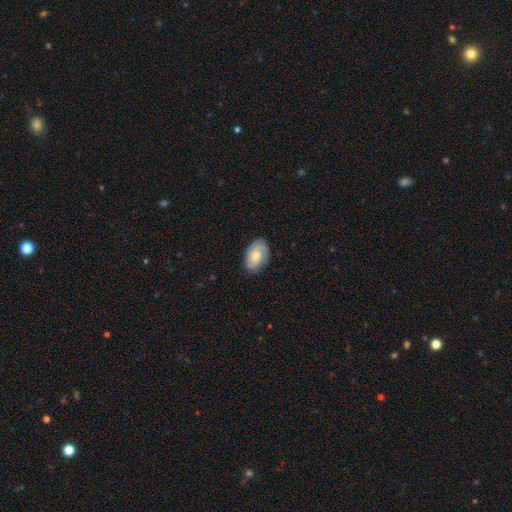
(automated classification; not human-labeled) smooth-or-featured: smooth: 57% | featured or disk: 36% | star or artifact: 7%
  how-rounded: in between: 89% | round: 9% | cigar-shaped: 2%
  merging: none: 76% | minor disturbance: 19% | major disturbance: 4% | merger: 1%